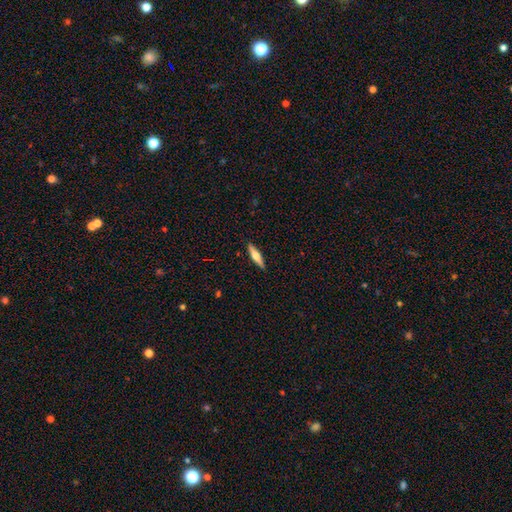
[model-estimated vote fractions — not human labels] smooth-or-featured: smooth: 50% | featured or disk: 44% | star or artifact: 6%
  merging: none: 89% | minor disturbance: 8% | major disturbance: 2% | merger: 1%